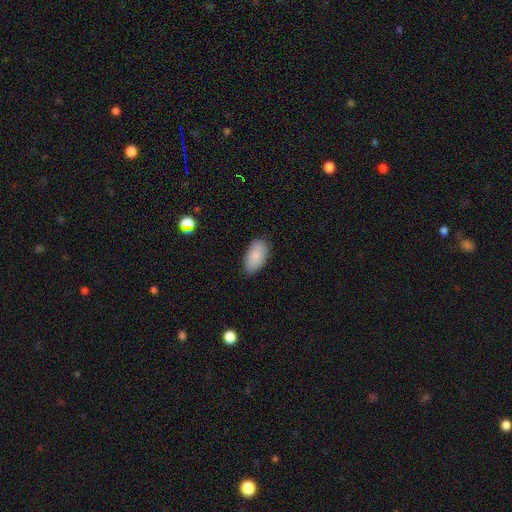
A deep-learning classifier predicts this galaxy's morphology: Smooth or featured? smooth (87%)
How rounded? in between (94%)
Merging? none (83%)